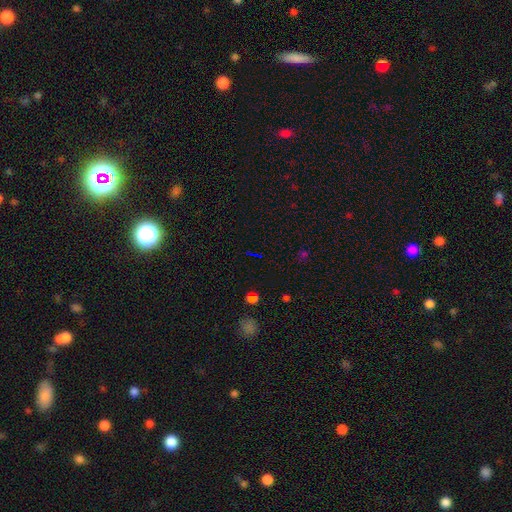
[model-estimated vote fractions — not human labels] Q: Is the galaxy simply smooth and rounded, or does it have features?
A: star or artifact — 71%.